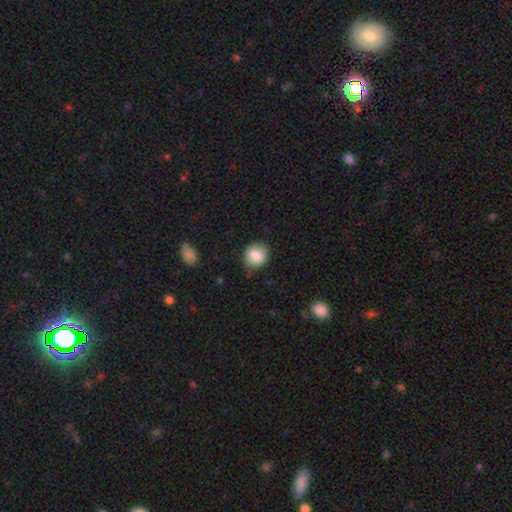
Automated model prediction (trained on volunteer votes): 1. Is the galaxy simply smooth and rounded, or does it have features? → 85% smooth, 8% star or artifact, 7% featured or disk.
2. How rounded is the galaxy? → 73% round, 26% in between, 1% cigar-shaped.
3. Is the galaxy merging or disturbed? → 78% none, 17% minor disturbance, 4% major disturbance, 2% merger.